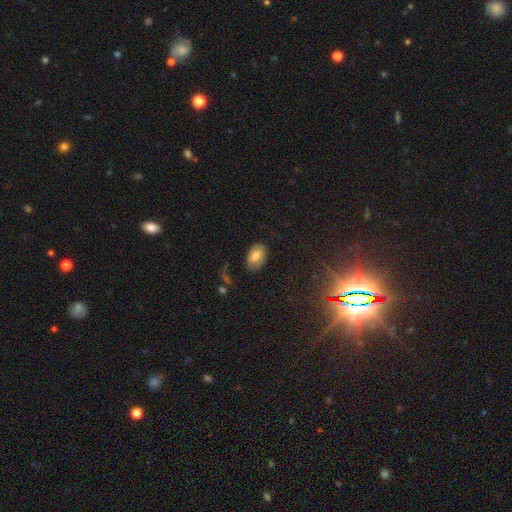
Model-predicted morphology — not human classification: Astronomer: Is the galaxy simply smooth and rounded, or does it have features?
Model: smooth — 63%.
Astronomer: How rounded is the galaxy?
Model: in between — 91%.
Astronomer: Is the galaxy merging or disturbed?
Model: none — 76%.